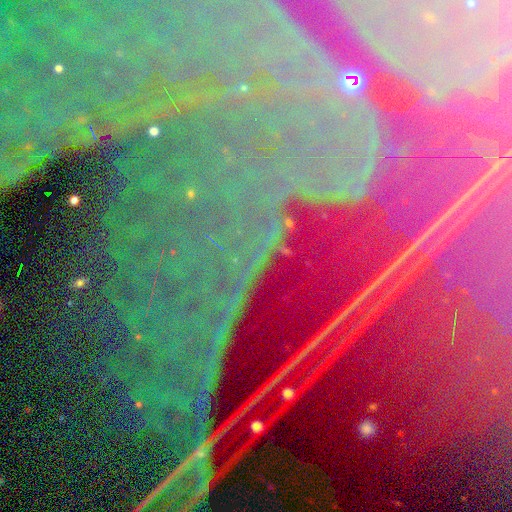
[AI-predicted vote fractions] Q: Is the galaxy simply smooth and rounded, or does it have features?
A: star or artifact — 87%.